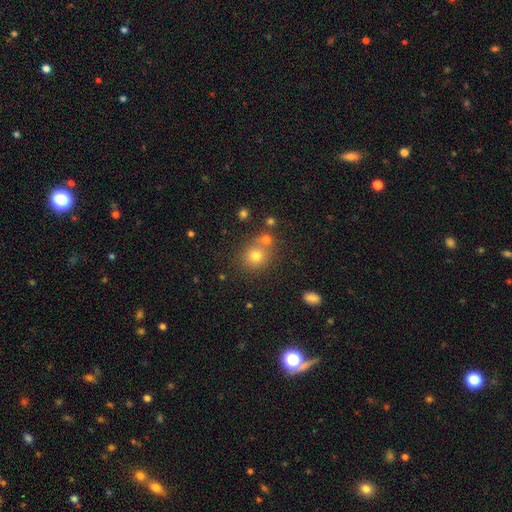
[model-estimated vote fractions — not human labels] Smooth or featured?
  - smooth: 73% *
  - star or artifact: 16%
  - featured or disk: 11%
How rounded?
  - round: 82% *
  - in between: 17%
  - cigar-shaped: 1%
Merging?
  - none: 58% *
  - merger: 30%
  - minor disturbance: 9%
  - major disturbance: 3%